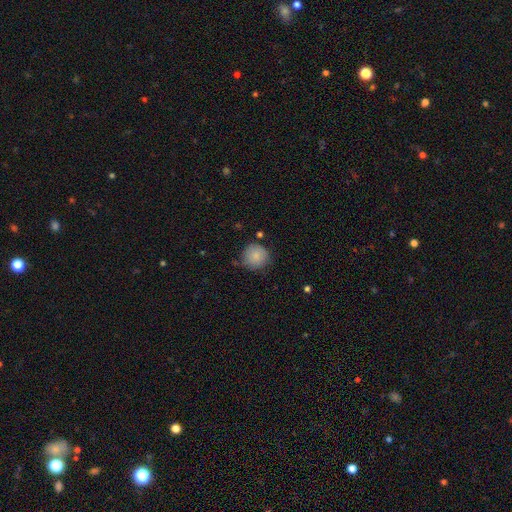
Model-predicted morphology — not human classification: smooth-or-featured: smooth: 84% | star or artifact: 8% | featured or disk: 8%
  how-rounded: round: 93% | in between: 6% | cigar-shaped: 1%
  merging: none: 77% | minor disturbance: 17% | major disturbance: 3% | merger: 3%